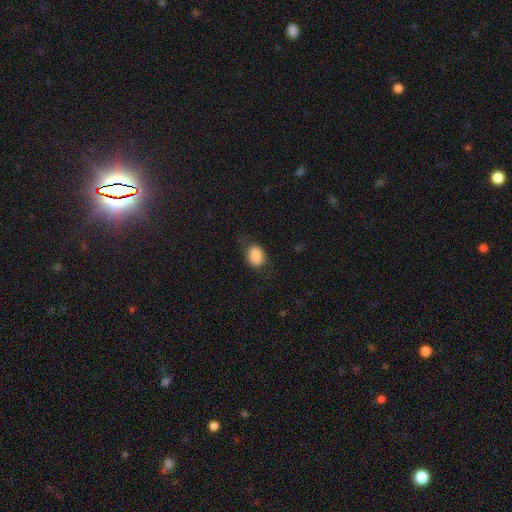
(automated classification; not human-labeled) This is clearly a smooth galaxy (83%). How rounded: likely in between (60%). Merging: likely none (66%).